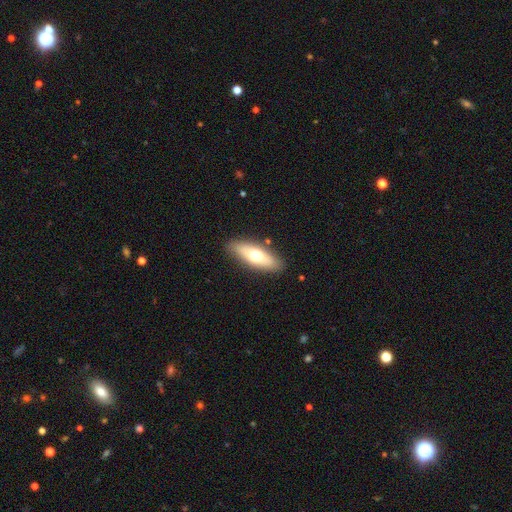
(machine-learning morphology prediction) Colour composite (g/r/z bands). It shows a smooth galaxy with no disk features (59%) that is in between round and cigar-shaped (61%). Merging: none (86%).